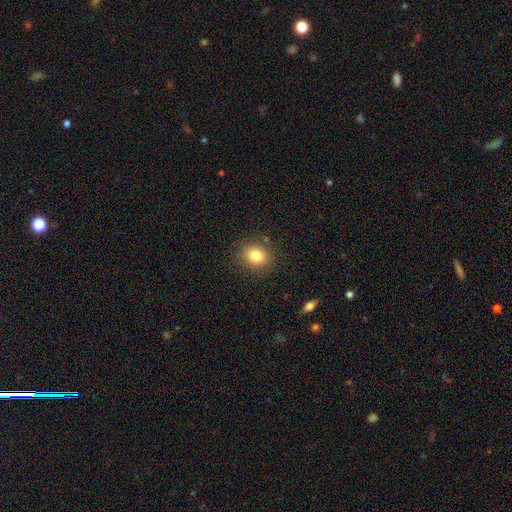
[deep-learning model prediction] Smooth or featured: smooth — 81% (star or artifact — 11%)
How rounded: round — 73% (in between — 26%)
Merging: none — 87% (minor disturbance — 9%)